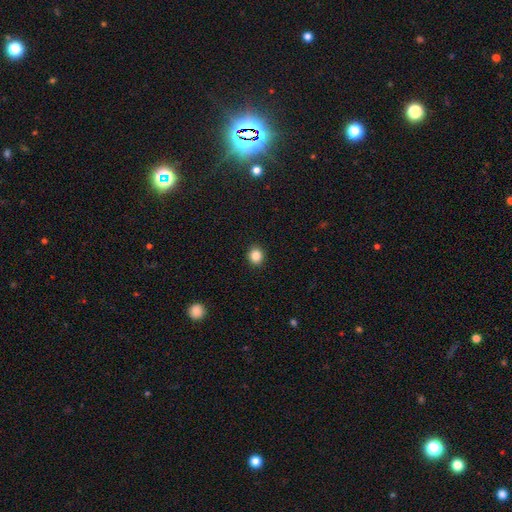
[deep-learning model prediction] smooth_or_featured: smooth (p=0.85) [alt: star or artifact p=0.10]
how_rounded: round (p=0.81) [alt: in between p=0.18]
merging: none (p=0.92) [alt: minor disturbance p=0.05]